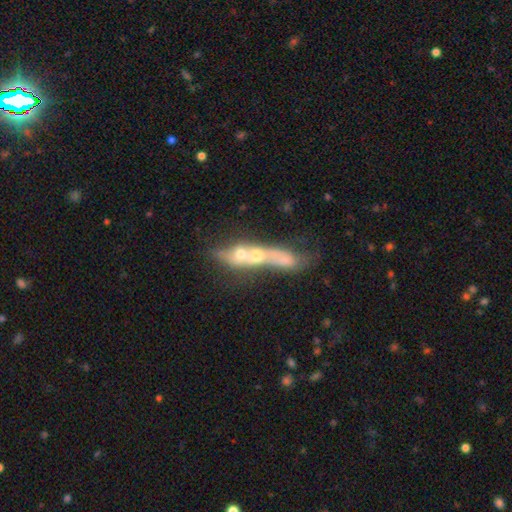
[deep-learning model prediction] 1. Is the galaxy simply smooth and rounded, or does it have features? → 53% featured or disk, 36% smooth, 11% star or artifact.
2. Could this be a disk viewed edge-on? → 67% no, 33% yes.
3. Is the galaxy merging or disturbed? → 64% merger, 17% none, 11% major disturbance, 9% minor disturbance.